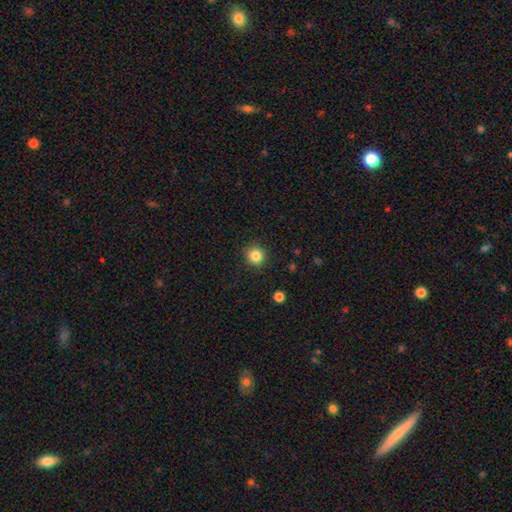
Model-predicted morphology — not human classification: Smooth or featured? smooth (84%)
How rounded? round (93%)
Merging? none (91%)